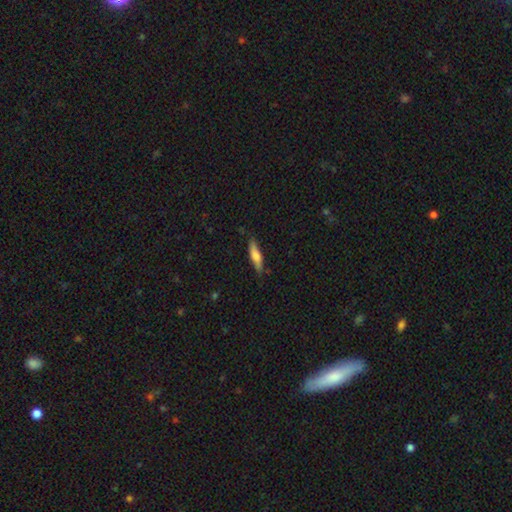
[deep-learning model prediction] smooth 65%, featured or disk 29%, star or artifact 6%. Down the decision tree: how rounded — cigar-shaped (72%); merging — none (79%).